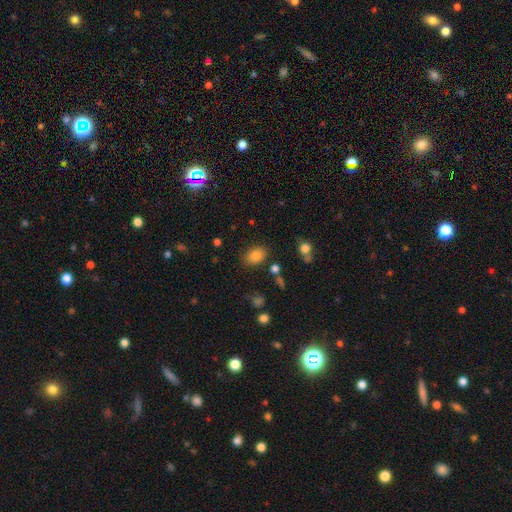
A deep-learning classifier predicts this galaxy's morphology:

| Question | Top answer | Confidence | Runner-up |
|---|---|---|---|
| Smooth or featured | smooth | 83% | star or artifact (10%) |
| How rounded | in between | 74% | round (25%) |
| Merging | none | 82% | minor disturbance (11%) |